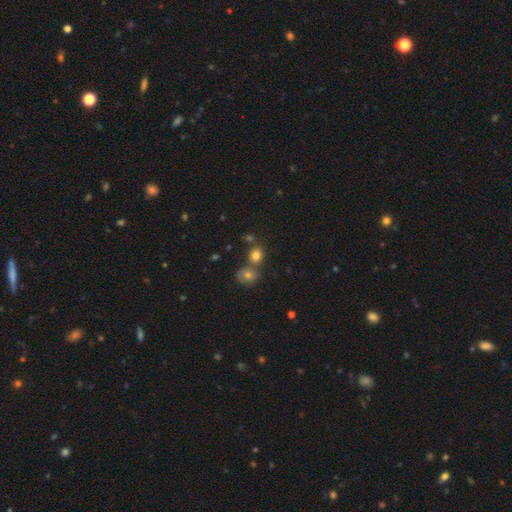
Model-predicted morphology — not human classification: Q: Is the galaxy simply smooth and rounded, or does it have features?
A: smooth — 79%.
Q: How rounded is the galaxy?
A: round — 68%.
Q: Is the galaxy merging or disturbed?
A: none — 53%.